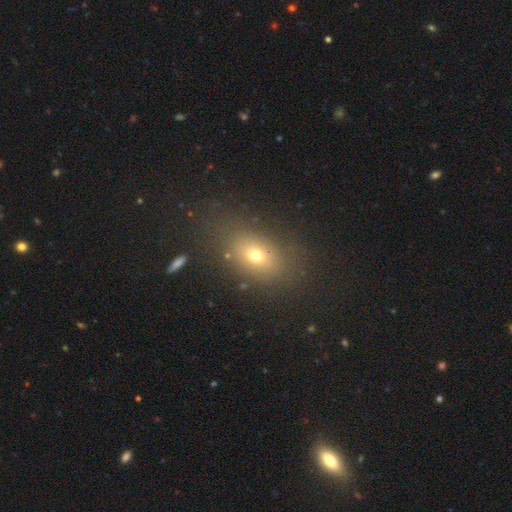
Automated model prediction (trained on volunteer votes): This appears to be a smooth galaxy with no disk features (66%) that is in between round and cigar-shaped (73%). Merging: none (77%).